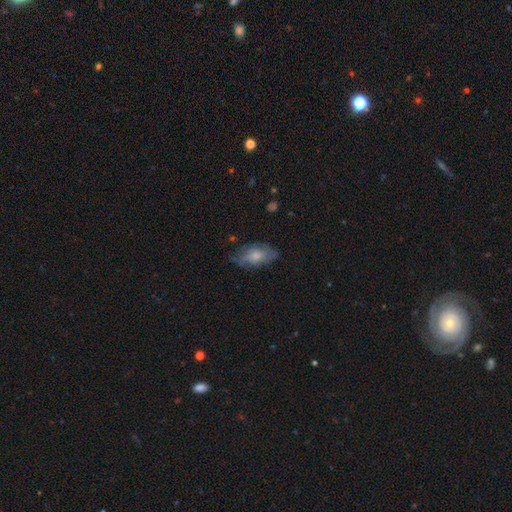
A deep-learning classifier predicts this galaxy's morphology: Overall: smooth (61%; featured or disk 32%). How rounded: in between (89%). Merging: none (57%; minor disturbance 29%).